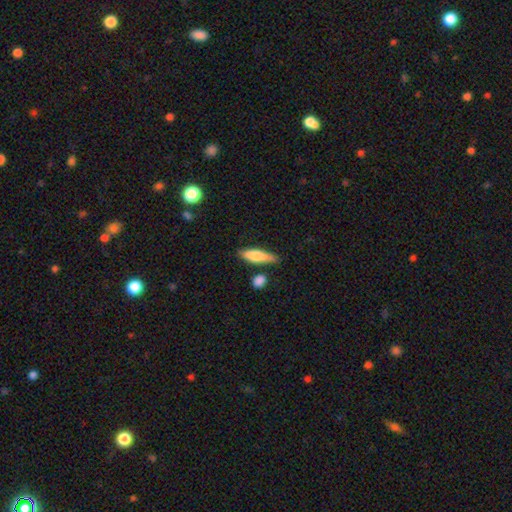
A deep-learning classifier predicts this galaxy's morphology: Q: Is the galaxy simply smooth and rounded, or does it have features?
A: smooth — 75%.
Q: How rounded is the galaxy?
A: cigar-shaped — 62%.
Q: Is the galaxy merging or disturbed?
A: none — 70%.